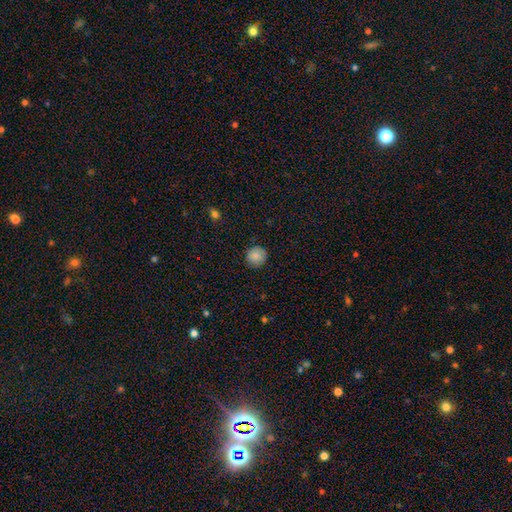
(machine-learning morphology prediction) This appears to be a smooth galaxy with no disk features (86%) that is round (93%). Merging: none (88%).